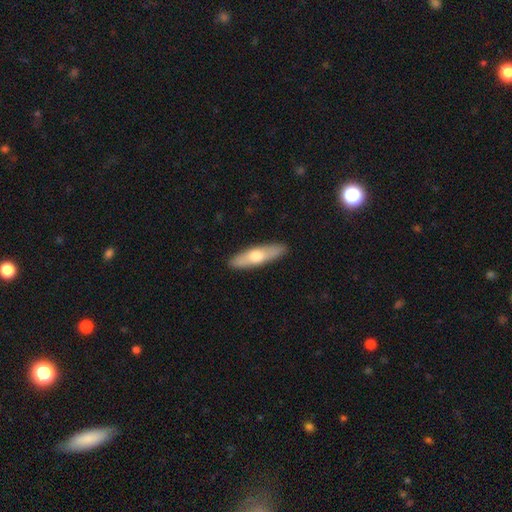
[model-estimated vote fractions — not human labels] Morphology: type=smooth (55%); roundness=cigar-shaped (69%); merging=none (90%).